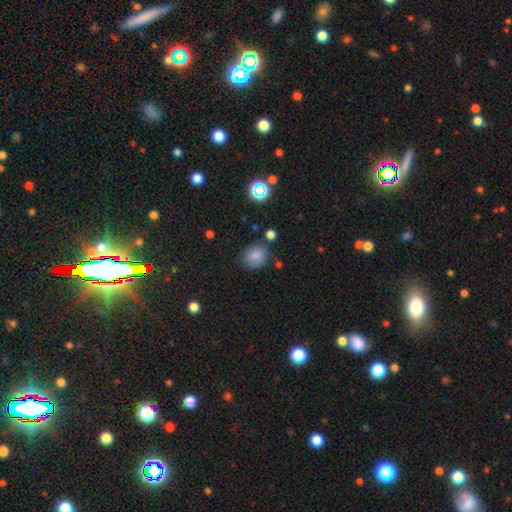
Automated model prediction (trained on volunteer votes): Overall: smooth (81%). How rounded: round (77%). Merging: none (78%).